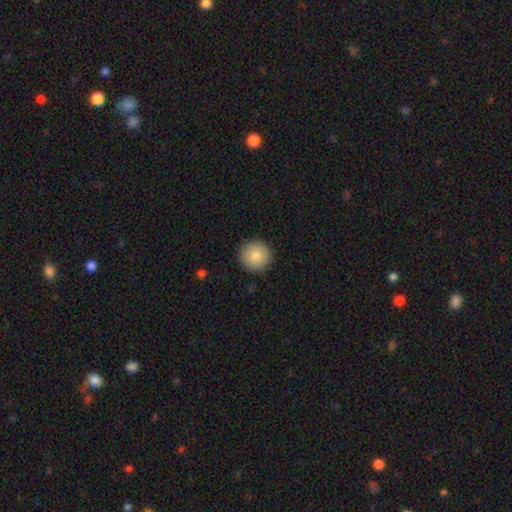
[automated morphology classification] The model was most divided on "smooth or featured": smooth: 86%, star or artifact: 8%, featured or disk: 7%. More confident: how rounded — round (96%); merging — none (92%).